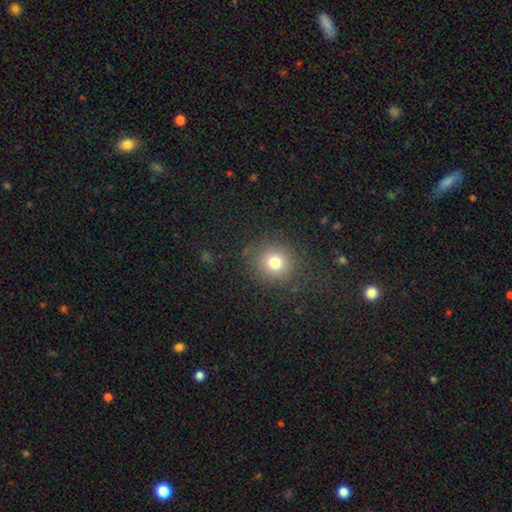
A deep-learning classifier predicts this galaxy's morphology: The model was most divided on "smooth or featured": smooth: 67%, star or artifact: 27%, featured or disk: 6%. More confident: how rounded — round (90%); merging — none (89%).